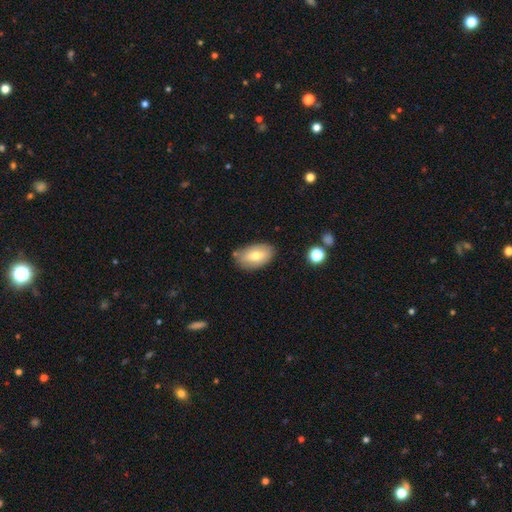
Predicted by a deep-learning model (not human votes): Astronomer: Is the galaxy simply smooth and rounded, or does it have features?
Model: smooth — 69%.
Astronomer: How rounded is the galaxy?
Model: in between — 92%.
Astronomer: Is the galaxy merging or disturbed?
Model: none — 77%.